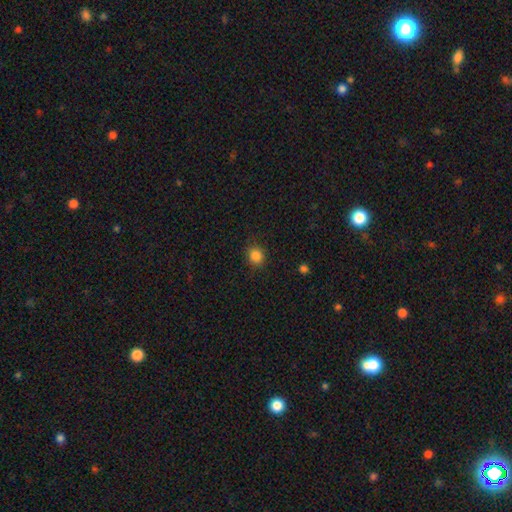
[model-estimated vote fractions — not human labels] Smooth or featured? Predicted: smooth (p=0.85). How rounded? Predicted: round (p=0.85). Merging? Predicted: none (p=0.88).